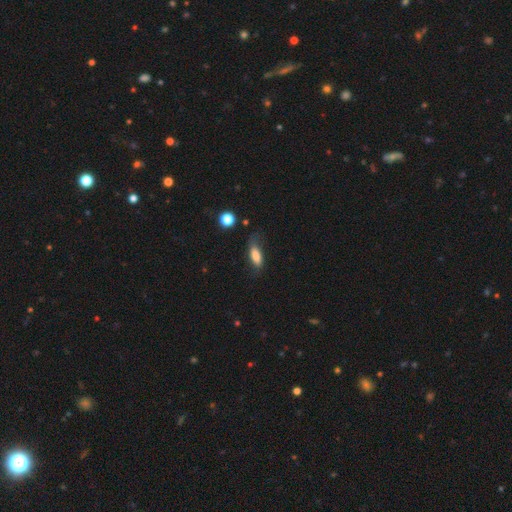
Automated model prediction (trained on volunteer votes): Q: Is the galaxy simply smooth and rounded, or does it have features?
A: smooth — 79%.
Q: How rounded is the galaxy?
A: in between — 73%.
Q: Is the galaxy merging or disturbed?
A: none — 52%.